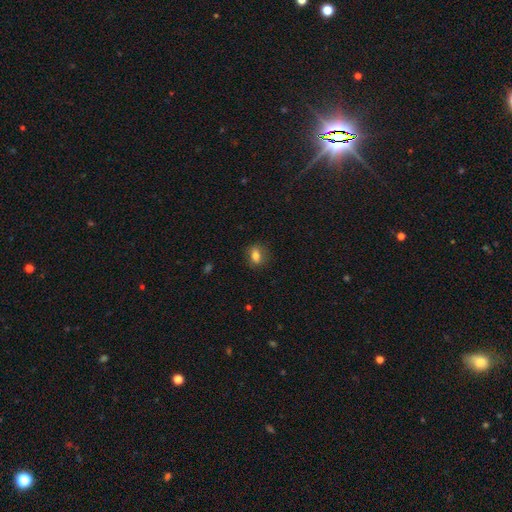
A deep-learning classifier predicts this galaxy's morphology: smooth 78%, featured or disk 12%, star or artifact 10%. Down the decision tree: how rounded — in between (61%); merging — none (82%).